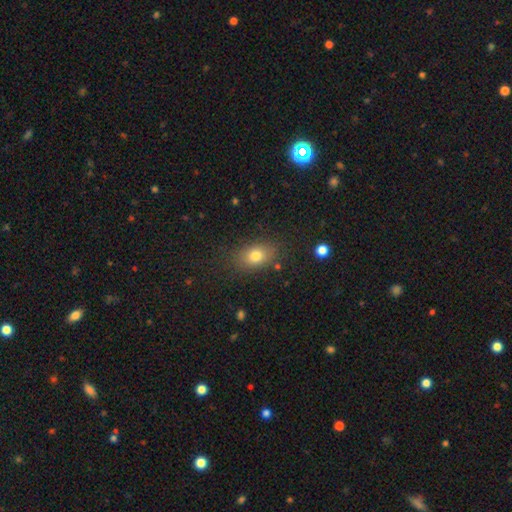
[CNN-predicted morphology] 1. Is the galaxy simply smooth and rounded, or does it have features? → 77% smooth, 12% featured or disk, 11% star or artifact.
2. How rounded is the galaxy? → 75% in between, 23% round, 2% cigar-shaped.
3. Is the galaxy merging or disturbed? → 80% none, 13% minor disturbance, 5% major disturbance, 2% merger.